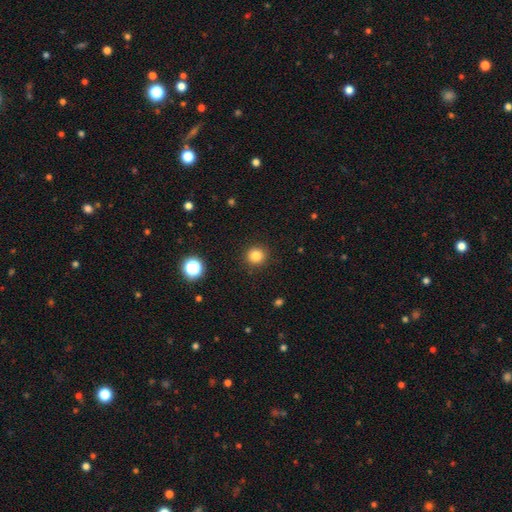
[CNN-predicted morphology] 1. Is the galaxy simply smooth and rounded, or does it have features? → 83% smooth, 12% star or artifact, 5% featured or disk.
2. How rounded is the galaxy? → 92% round, 7% in between, 1% cigar-shaped.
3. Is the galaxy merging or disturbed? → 91% none, 5% minor disturbance, 2% major disturbance, 1% merger.